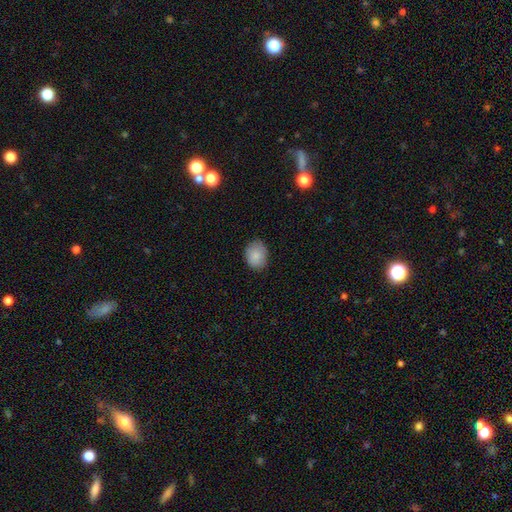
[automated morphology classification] smooth 86%, star or artifact 8%, featured or disk 6%. Down the decision tree: how rounded — in between (54%); merging — none (81%).